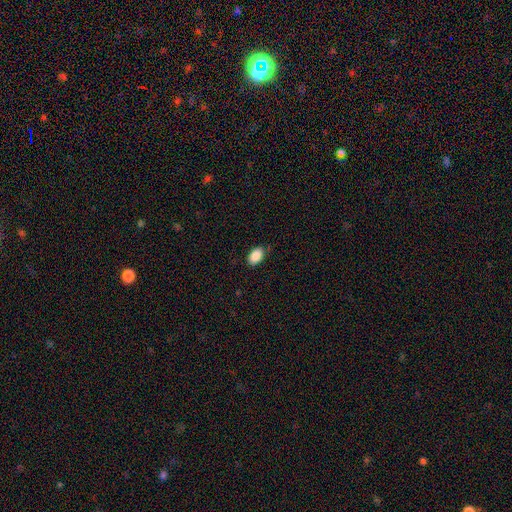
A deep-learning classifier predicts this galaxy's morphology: A smooth galaxy with no disk features (89%) that is in between round and cigar-shaped (92%). Merging: none (83%).